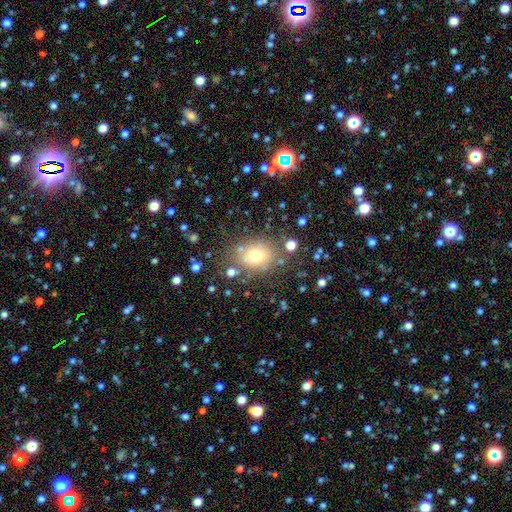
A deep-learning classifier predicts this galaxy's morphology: smooth 67%, star or artifact 17%, featured or disk 15%. Down the decision tree: how rounded — round (56%); merging — none (74%).